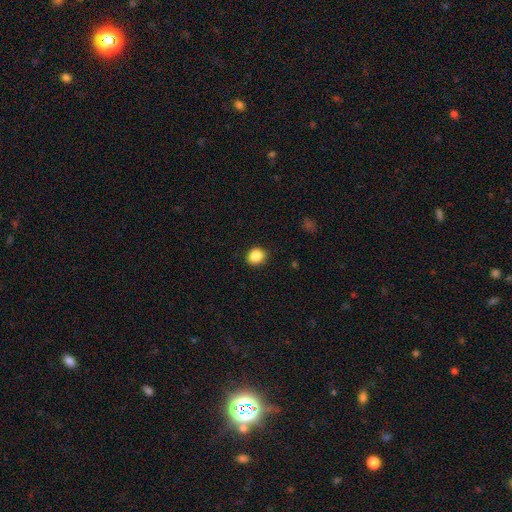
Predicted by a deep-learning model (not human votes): Q: Smooth or featured?
A: smooth (87%); runner-up: star or artifact (9%)
Q: How rounded?
A: round (69%); runner-up: in between (30%)
Q: Merging?
A: none (88%); runner-up: minor disturbance (9%)